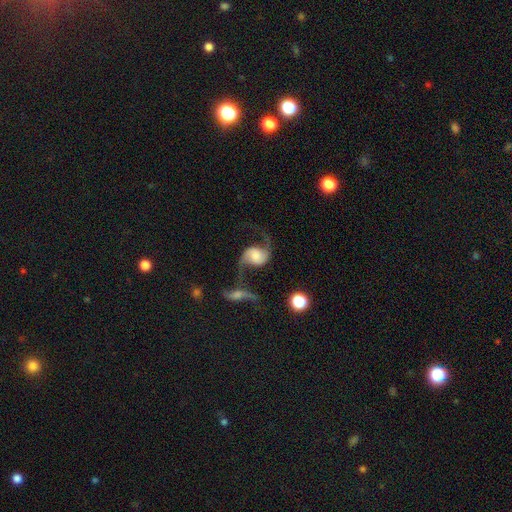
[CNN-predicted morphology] Smooth or featured?
  - featured or disk: 82% *
  - smooth: 12%
  - star or artifact: 6%
Edge-on disk?
  - no: 97% *
  - yes: 3%
Bar?
  - no: 62% *
  - weak: 30%
  - strong: 8%
Spiral arms?
  - yes: 95% *
  - no: 5%
Spiral winding?
  - loose: 77% *
  - medium: 19%
  - tight: 5%
Spiral arm count?
  - 2: 92% *
  - 1: 4%
  - can't tell: 2%
  - 3: 1%
  - 4: 1%
  - more than 4: 1%
Bulge size?
  - moderate: 27% *
  - large: 25%
  - small: 22%
  - none: 16%
  - dominant: 10%
Merging?
  - none: 44% *
  - merger: 24%
  - major disturbance: 17%
  - minor disturbance: 15%